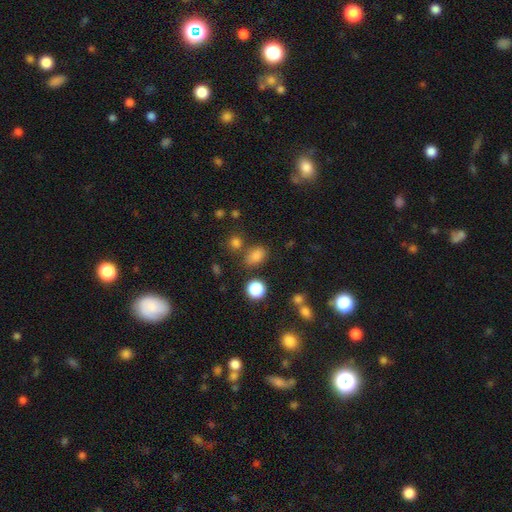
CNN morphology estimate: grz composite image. It shows a smooth galaxy with no disk features (76%) that is in between round and cigar-shaped (69%). Merging: none (74%).